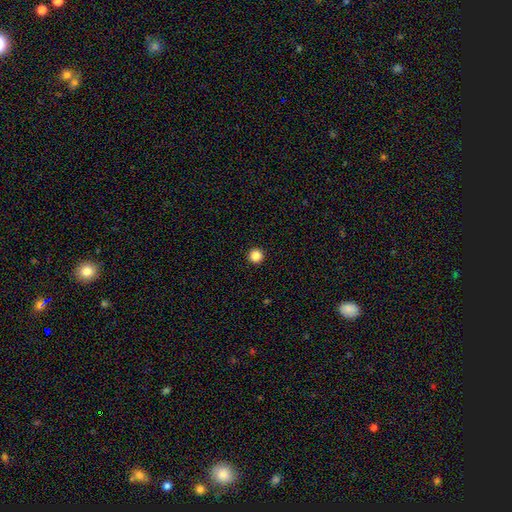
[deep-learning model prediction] Smooth or featured? Predicted: smooth (p=0.87). How rounded? Predicted: round (p=0.97). Merging? Predicted: none (p=0.94).